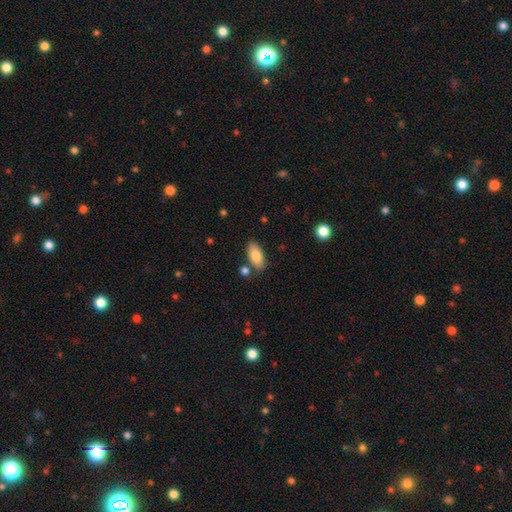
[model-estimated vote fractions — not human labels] Smooth or featured: smooth — 81% (featured or disk — 12%)
How rounded: in between — 89% (cigar-shaped — 9%)
Merging: none — 80% (minor disturbance — 12%)